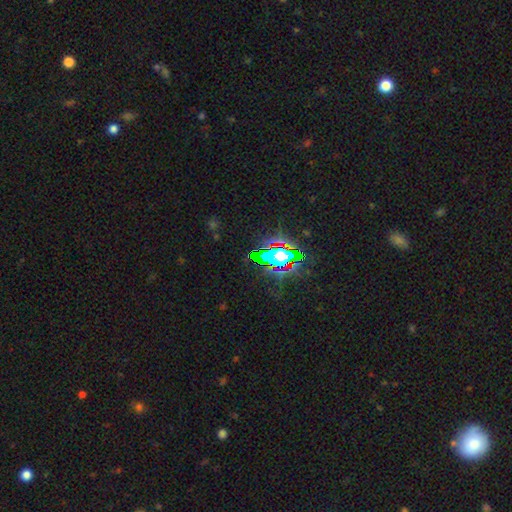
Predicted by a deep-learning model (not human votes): Smooth or featured? star or artifact (78%)